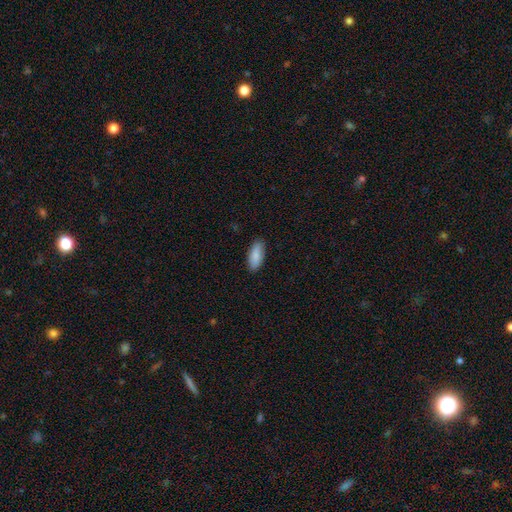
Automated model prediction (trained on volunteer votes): The model was most divided on "how rounded": in between: 80%, cigar-shaped: 18%, round: 2%. More confident: merging — none (88%); smooth or featured — smooth (87%).